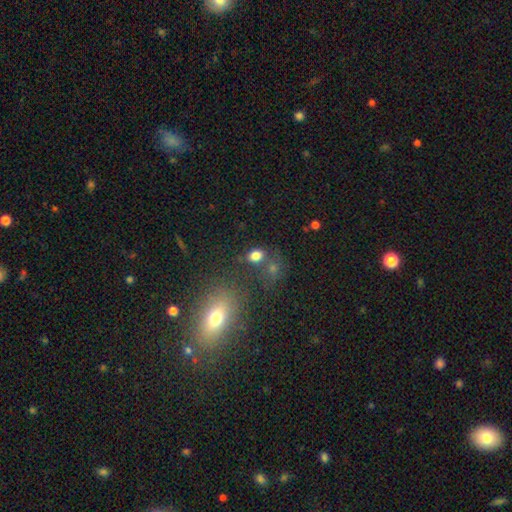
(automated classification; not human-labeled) Smooth or featured: smooth — 79% (star or artifact — 14%)
How rounded: in between — 69% (round — 30%)
Merging: none — 63% (merger — 17%)